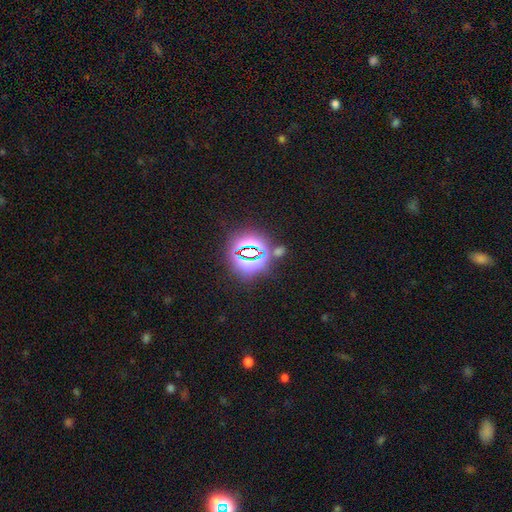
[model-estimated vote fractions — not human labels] Smooth or featured? star or artifact (79%)